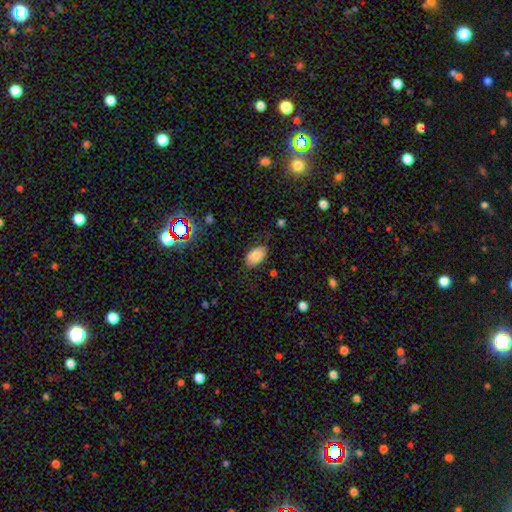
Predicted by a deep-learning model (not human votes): smooth-or-featured: smooth: 82% | featured or disk: 10% | star or artifact: 8%
  how-rounded: in between: 93% | round: 6% | cigar-shaped: 1%
  merging: none: 78% | minor disturbance: 17% | major disturbance: 4% | merger: 1%